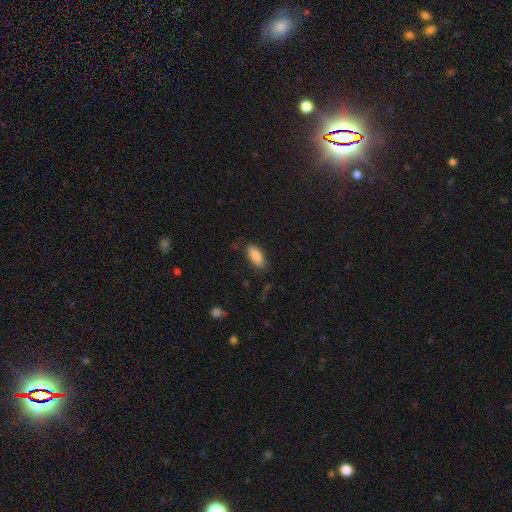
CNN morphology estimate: Smooth or featured? smooth (86%)
How rounded? in between (83%)
Merging? none (83%)